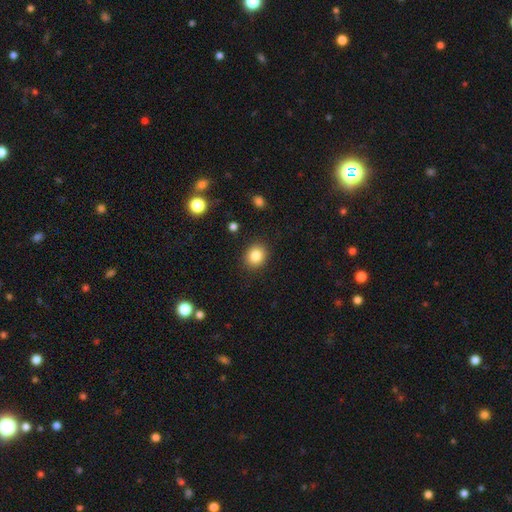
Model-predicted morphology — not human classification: smooth-or-featured: smooth: 84% | star or artifact: 10% | featured or disk: 6%
  how-rounded: round: 74% | in between: 25% | cigar-shaped: 1%
  merging: none: 89% | minor disturbance: 7% | major disturbance: 2% | merger: 1%